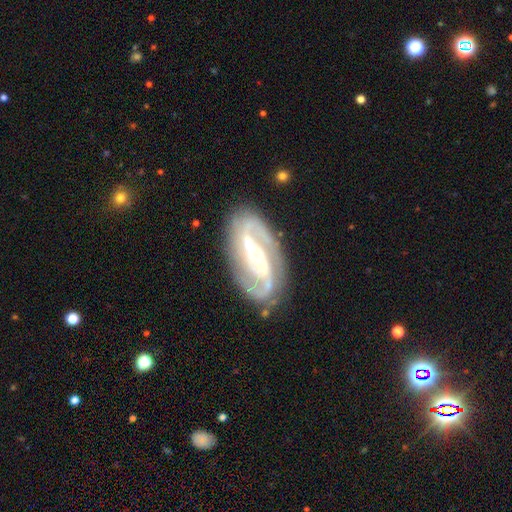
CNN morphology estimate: This is clearly a featured or disk galaxy (90%). It is clearly not viewed edge-on (96%). Bar: possibly strong (58%). Spiral arm pattern: clearly yes (97%). Spiral arm count: clearly 2 (90%). Spiral winding: possibly medium (51%). Central bulge: possibly small (47%). Merging: clearly none (81%).